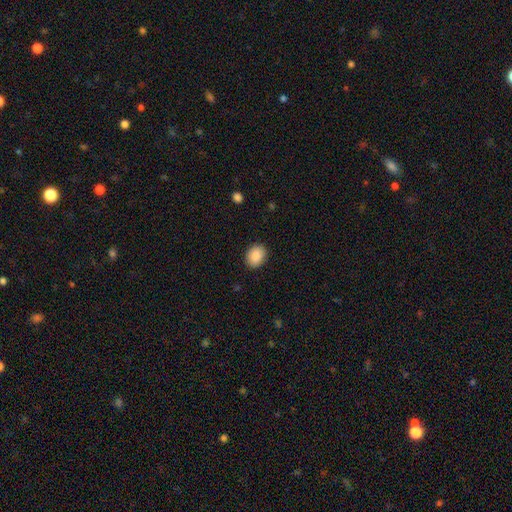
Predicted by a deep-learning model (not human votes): smooth-or-featured: smooth: 90% | star or artifact: 7% | featured or disk: 3%
  how-rounded: in between: 55% | round: 44% | cigar-shaped: 1%
  merging: none: 89% | minor disturbance: 8% | major disturbance: 2% | merger: 1%